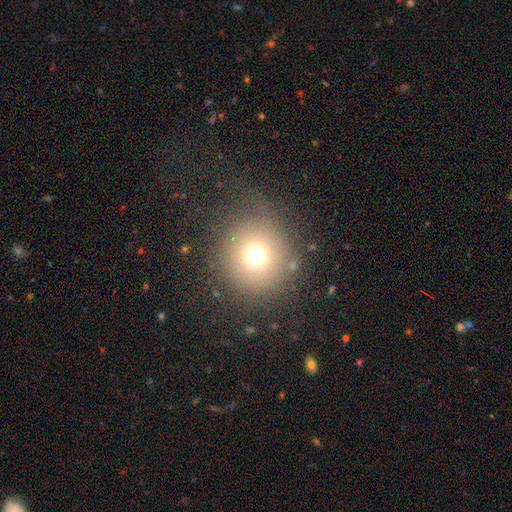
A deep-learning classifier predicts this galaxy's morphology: Smooth or featured: smooth — 68% (star or artifact — 20%)
How rounded: round — 93% (in between — 6%)
Merging: none — 76% (minor disturbance — 12%)